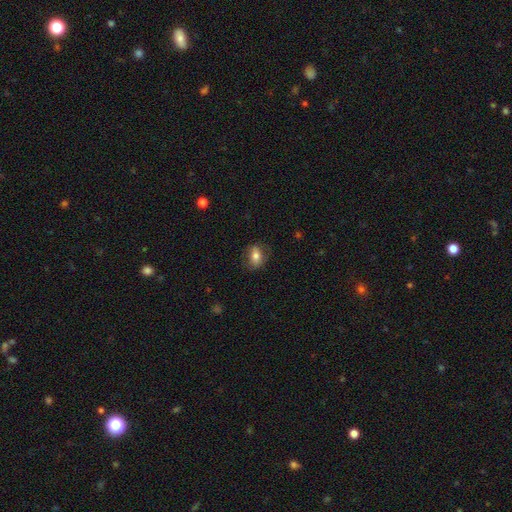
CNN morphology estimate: The model was most divided on "how rounded": in between: 73%, round: 25%, cigar-shaped: 2%. More confident: merging — none (75%); smooth or featured — smooth (71%).